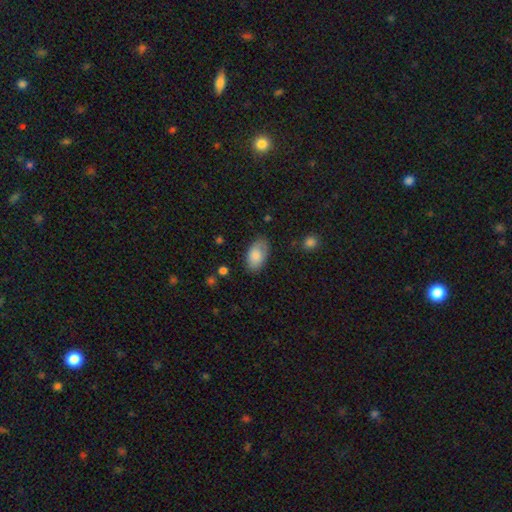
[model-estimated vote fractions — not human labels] Smooth or featured? Predicted: smooth (p=0.82). How rounded? Predicted: in between (p=0.94). Merging? Predicted: none (p=0.77).